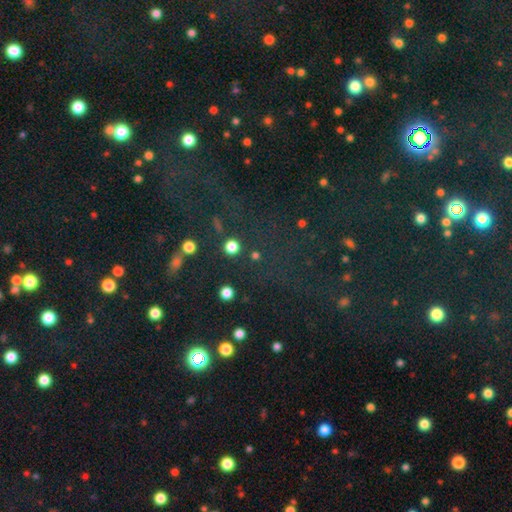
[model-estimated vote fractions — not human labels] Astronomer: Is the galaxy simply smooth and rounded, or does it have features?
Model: star or artifact — 65%.